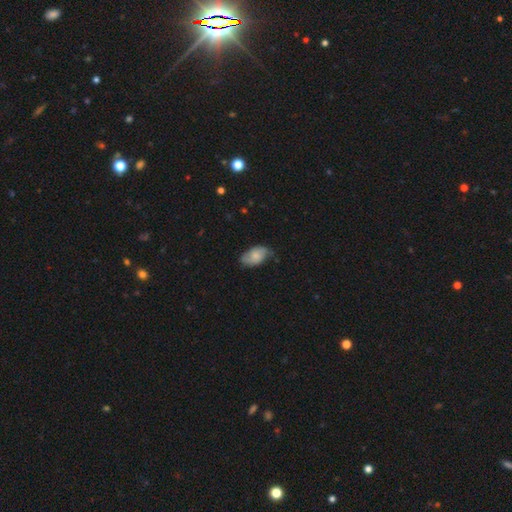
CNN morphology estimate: This is likely a smooth galaxy (66%). How rounded: clearly in between (93%). Merging: likely none (62%).